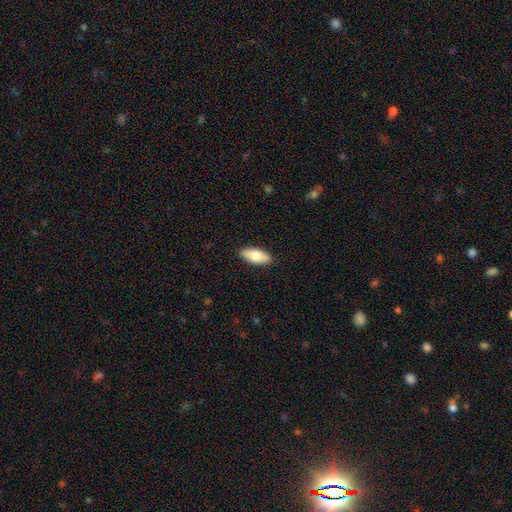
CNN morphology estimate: type=smooth (78%); roundness=in between (84%); merging=none (89%).